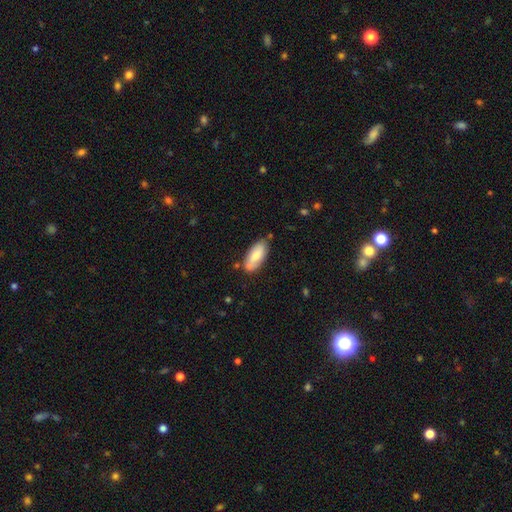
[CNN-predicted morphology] Smooth or featured: smooth — 69% (featured or disk — 25%)
How rounded: in between — 85% (cigar-shaped — 13%)
Merging: none — 77% (minor disturbance — 16%)